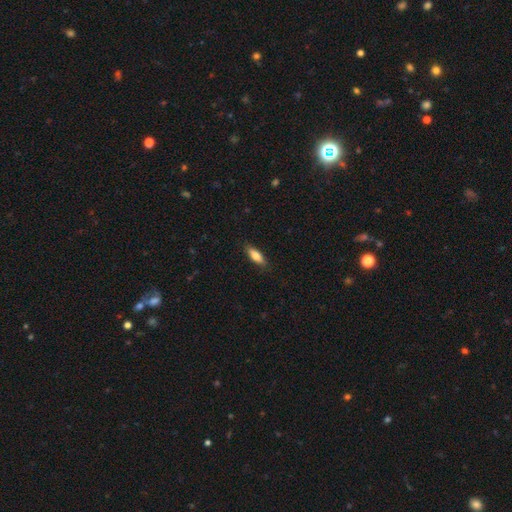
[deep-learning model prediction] A smooth galaxy with no disk features (78%) that is in between round and cigar-shaped (62%). Merging: none (86%).